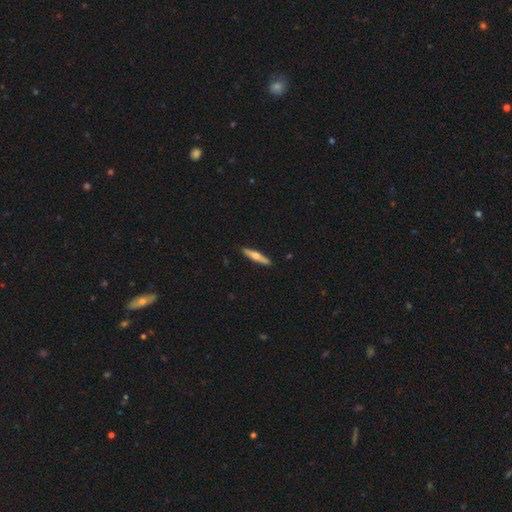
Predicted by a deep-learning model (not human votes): Morphology: type=featured or disk (50%); merging=none (91%).